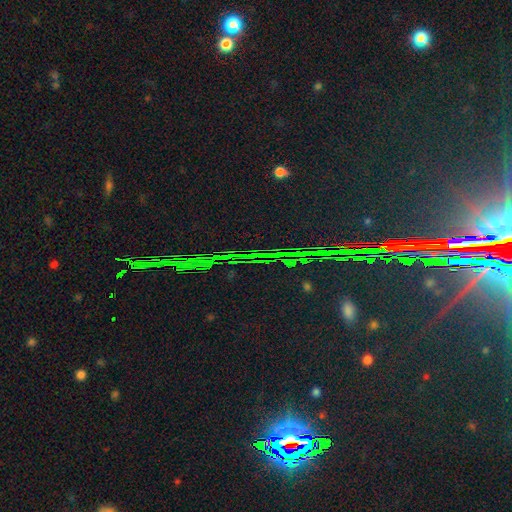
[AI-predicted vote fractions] Morphology: type=star or artifact (85%).